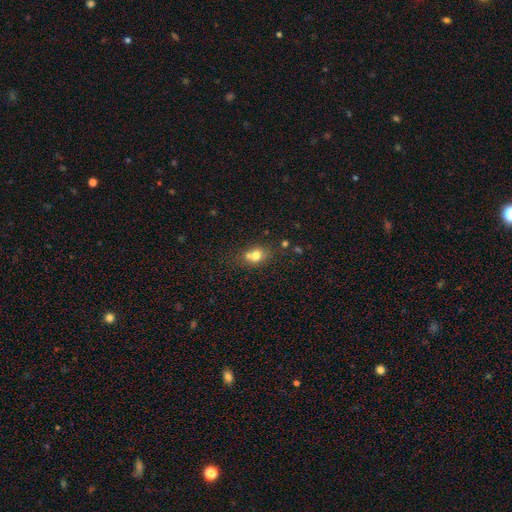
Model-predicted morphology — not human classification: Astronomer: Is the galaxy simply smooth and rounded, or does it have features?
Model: smooth — 72%.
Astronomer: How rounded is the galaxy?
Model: round — 52% (runner-up: in between, 47%).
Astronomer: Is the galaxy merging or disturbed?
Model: none — 43% (runner-up: merger, 41%).